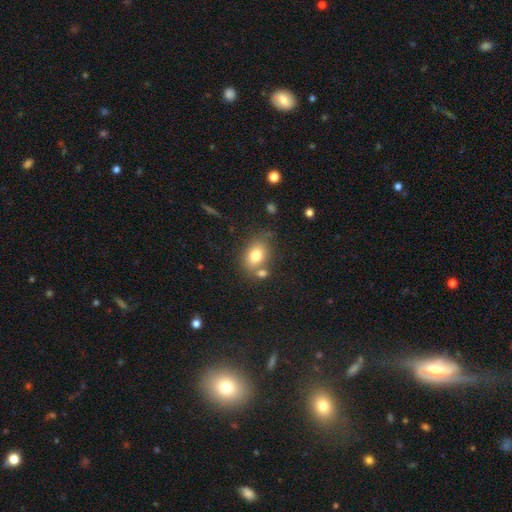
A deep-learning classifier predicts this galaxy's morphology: smooth_or_featured: smooth (p=0.77) [alt: featured or disk p=0.13]
how_rounded: in between (p=0.72) [alt: round p=0.27]
merging: none (p=0.61) [alt: merger p=0.20]